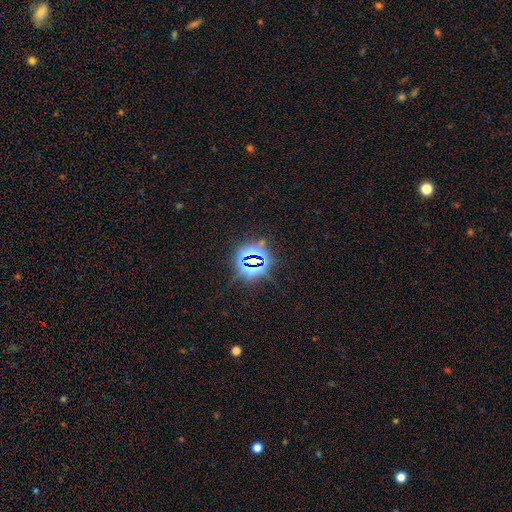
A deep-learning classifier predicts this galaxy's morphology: Smooth or featured? star or artifact (81%)